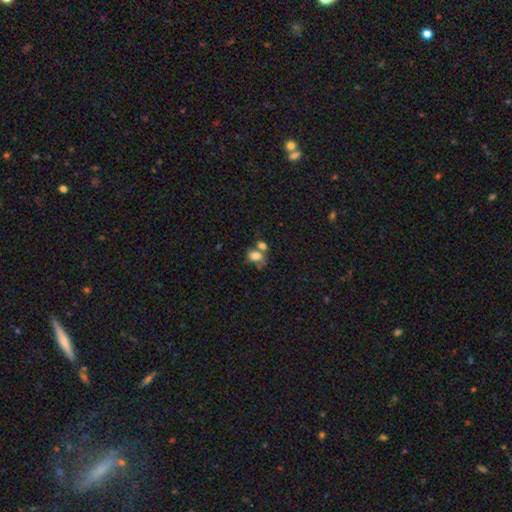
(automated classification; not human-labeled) Smooth or featured? smooth (74%)
How rounded? in between (69%)
Merging? merger (47%)